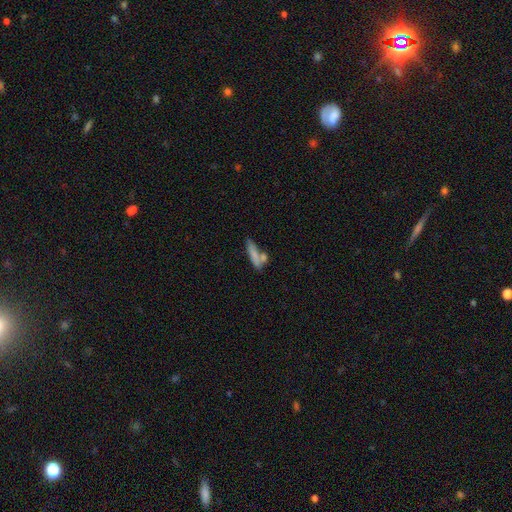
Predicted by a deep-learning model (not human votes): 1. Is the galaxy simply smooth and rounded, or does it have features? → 73% smooth, 19% featured or disk, 8% star or artifact.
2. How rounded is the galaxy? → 71% cigar-shaped, 26% in between, 3% round.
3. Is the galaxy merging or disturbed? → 51% none, 28% merger, 15% minor disturbance, 6% major disturbance.